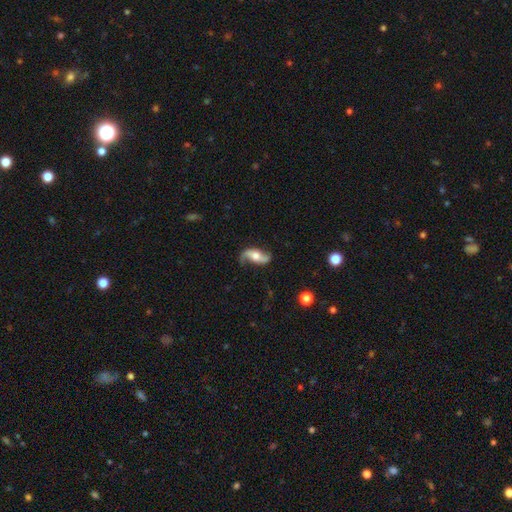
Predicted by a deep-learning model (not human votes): Smooth or featured?
  - featured or disk: 79% *
  - smooth: 15%
  - star or artifact: 6%
Edge-on disk?
  - no: 92% *
  - yes: 8%
Bar?
  - no: 57% *
  - weak: 28%
  - strong: 15%
Spiral arms?
  - yes: 94% *
  - no: 6%
Spiral winding?
  - loose: 80% *
  - medium: 15%
  - tight: 5%
Spiral arm count?
  - 2: 91% *
  - 1: 4%
  - can't tell: 2%
  - 3: 1%
  - 4: 1%
  - more than 4: 1%
Bulge size?
  - moderate: 64% *
  - small: 20%
  - large: 12%
  - none: 3%
  - dominant: 2%
Merging?
  - none: 73% *
  - minor disturbance: 18%
  - major disturbance: 8%
  - merger: 2%